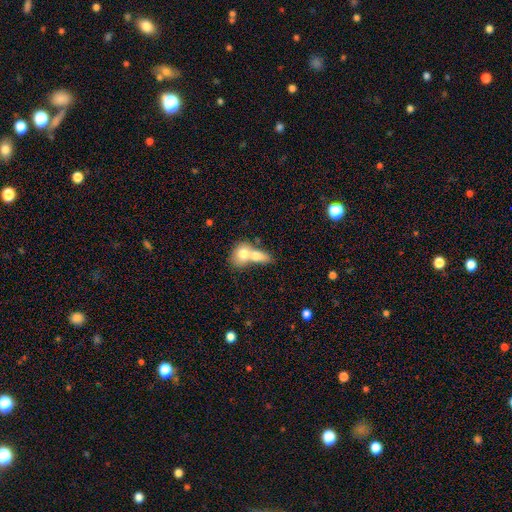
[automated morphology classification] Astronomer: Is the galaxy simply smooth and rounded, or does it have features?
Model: smooth — 71%.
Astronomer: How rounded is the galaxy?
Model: in between — 64%.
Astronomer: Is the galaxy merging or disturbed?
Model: merger — 76%.